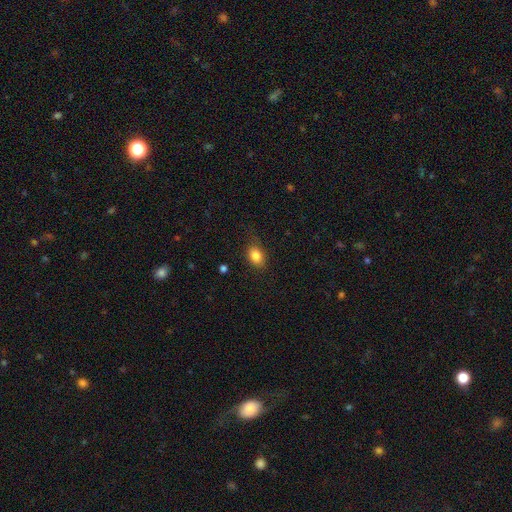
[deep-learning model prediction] Q: Smooth or featured?
A: smooth (84%); runner-up: star or artifact (10%)
Q: How rounded?
A: in between (70%); runner-up: round (29%)
Q: Merging?
A: none (74%); runner-up: minor disturbance (19%)